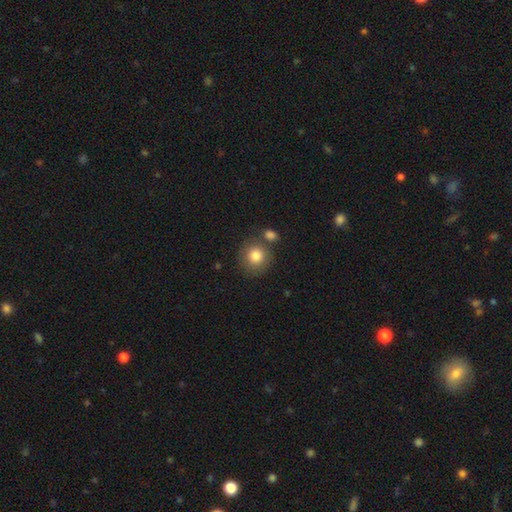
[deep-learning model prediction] smooth 83%, star or artifact 9%, featured or disk 9%. Down the decision tree: how rounded — round (89%); merging — none (71%).